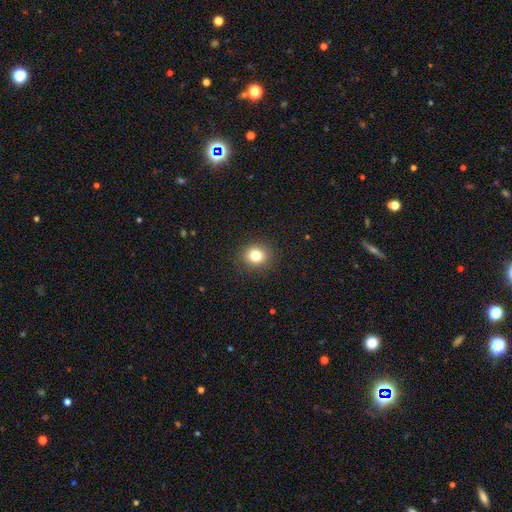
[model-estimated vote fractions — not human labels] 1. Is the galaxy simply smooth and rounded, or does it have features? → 81% smooth, 12% star or artifact, 7% featured or disk.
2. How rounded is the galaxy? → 81% round, 18% in between, 1% cigar-shaped.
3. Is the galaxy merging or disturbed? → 91% none, 6% minor disturbance, 2% major disturbance, 1% merger.